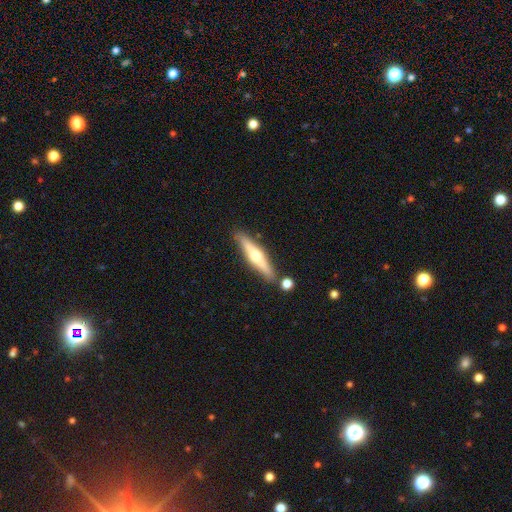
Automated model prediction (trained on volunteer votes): Smooth or featured: featured or disk — 58% (smooth — 37%)
Edge-on disk: yes — 95% (no — 5%)
Edge-on bulge: rounded — 92% (none — 5%)
Merging: none — 82% (minor disturbance — 9%)